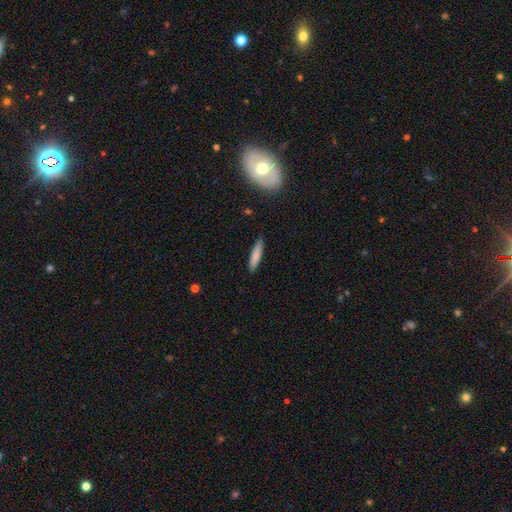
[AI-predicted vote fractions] This is likely a smooth galaxy (79%). How rounded: clearly cigar-shaped (83%). Merging: clearly none (86%).